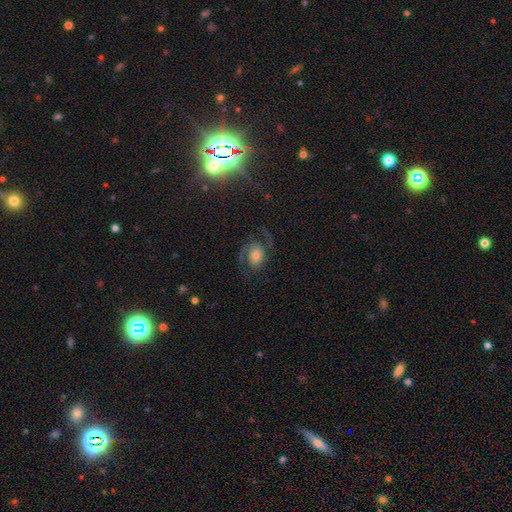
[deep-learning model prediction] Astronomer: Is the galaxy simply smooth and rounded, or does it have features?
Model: featured or disk — 74%.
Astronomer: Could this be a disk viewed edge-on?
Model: no — 98%.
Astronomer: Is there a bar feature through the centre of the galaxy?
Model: no — 71%.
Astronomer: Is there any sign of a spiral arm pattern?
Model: yes — 94%.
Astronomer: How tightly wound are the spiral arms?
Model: medium — 52% (runner-up: loose, 30%).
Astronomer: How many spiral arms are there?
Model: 2 — 89%.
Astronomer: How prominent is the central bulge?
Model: moderate — 46% (runner-up: large, 25%).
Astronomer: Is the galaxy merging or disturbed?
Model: none — 68%.